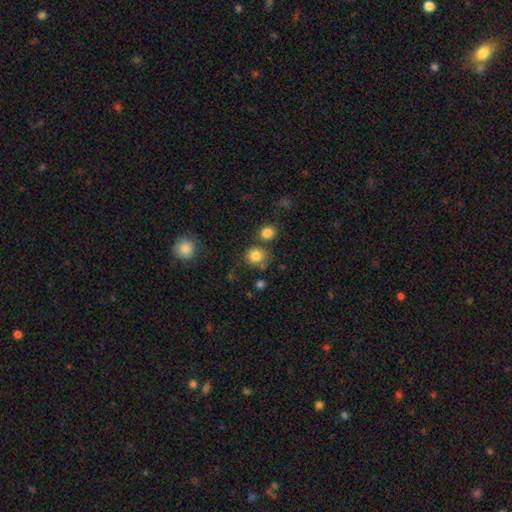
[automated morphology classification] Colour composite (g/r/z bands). It shows a smooth galaxy with no disk features (82%) that is round (85%). Merging: none (68%).